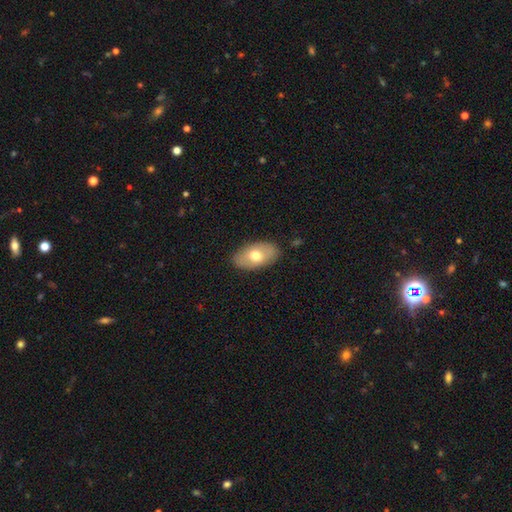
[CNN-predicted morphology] Overall: smooth (65%; featured or disk 29%). How rounded: in between (93%). Merging: none (86%).